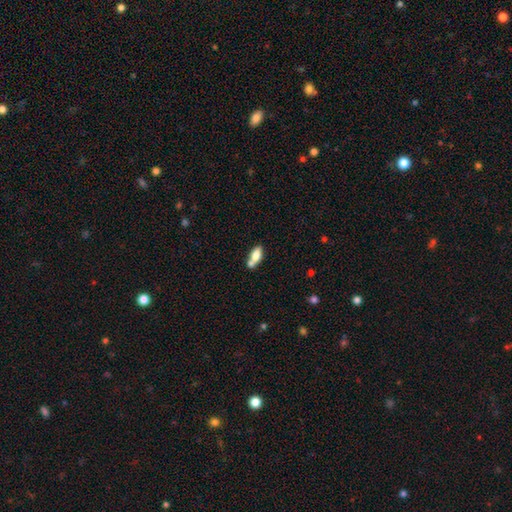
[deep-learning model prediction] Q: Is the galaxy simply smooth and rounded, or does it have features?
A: smooth — 76%.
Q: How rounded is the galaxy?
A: in between — 82%.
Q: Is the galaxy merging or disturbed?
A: none — 44%.